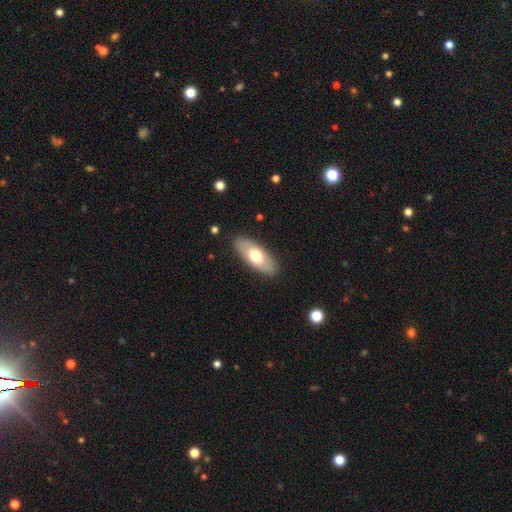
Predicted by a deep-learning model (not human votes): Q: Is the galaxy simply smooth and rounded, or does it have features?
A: smooth — 61%.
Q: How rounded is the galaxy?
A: in between — 84%.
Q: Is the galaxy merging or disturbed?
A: none — 87%.